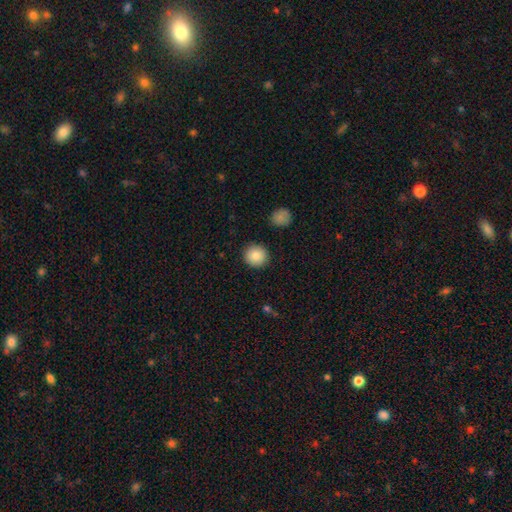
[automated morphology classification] type=smooth (89%); roundness=round (92%); merging=none (91%).